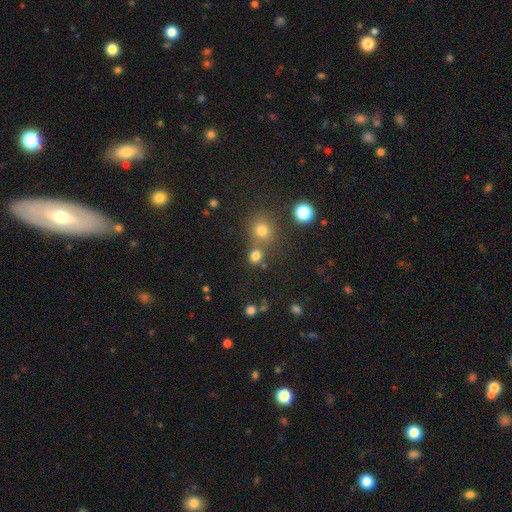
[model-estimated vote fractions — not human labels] Q: Smooth or featured?
A: smooth (76%); runner-up: star or artifact (18%)
Q: How rounded?
A: round (79%); runner-up: in between (20%)
Q: Merging?
A: none (65%); runner-up: merger (23%)